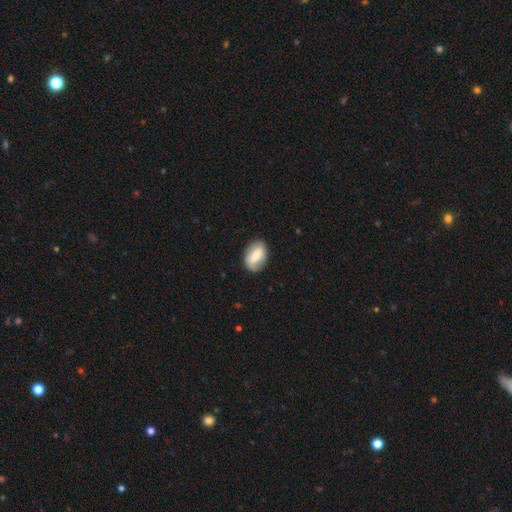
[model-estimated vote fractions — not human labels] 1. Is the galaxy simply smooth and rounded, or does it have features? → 60% smooth, 33% featured or disk, 7% star or artifact.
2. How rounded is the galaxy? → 86% in between, 12% round, 2% cigar-shaped.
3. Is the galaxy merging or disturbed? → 83% none, 13% minor disturbance, 3% major disturbance, 1% merger.